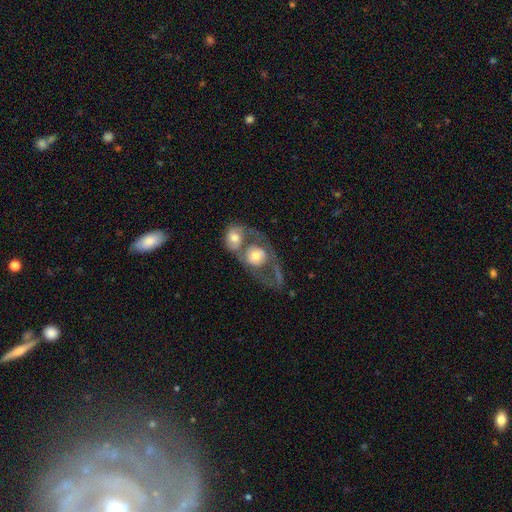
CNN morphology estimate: Smooth or featured: featured or disk — 48% (smooth — 45%)
Merging: merger — 66% (none — 16%)